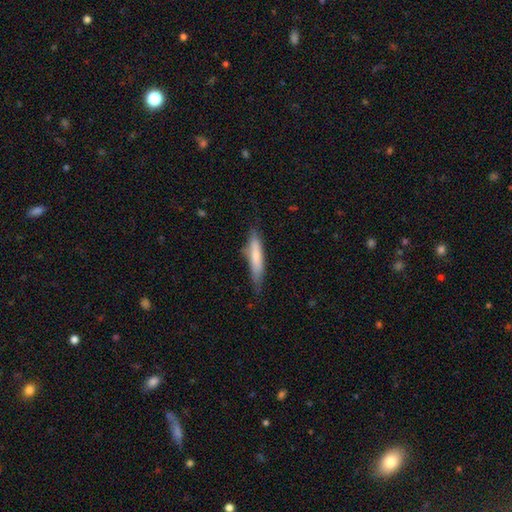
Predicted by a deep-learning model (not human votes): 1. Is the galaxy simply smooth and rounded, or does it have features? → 68% smooth, 26% featured or disk, 6% star or artifact.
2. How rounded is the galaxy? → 87% cigar-shaped, 12% in between, 1% round.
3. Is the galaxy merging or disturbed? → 70% none, 24% minor disturbance, 4% major disturbance, 2% merger.